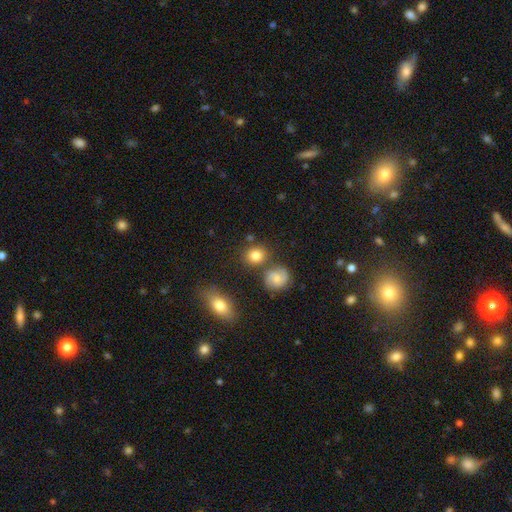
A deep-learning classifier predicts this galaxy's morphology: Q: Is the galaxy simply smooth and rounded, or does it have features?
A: smooth — 81%.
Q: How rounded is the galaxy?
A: round — 75%.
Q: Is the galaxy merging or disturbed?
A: none — 74%.